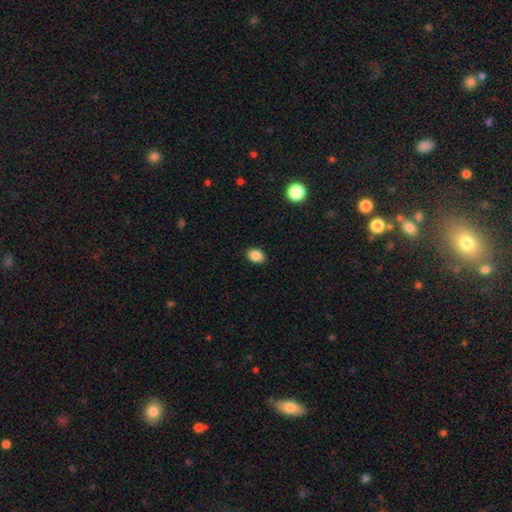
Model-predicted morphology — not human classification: Overall: smooth (87%). How rounded: in between (77%). Merging: none (89%).